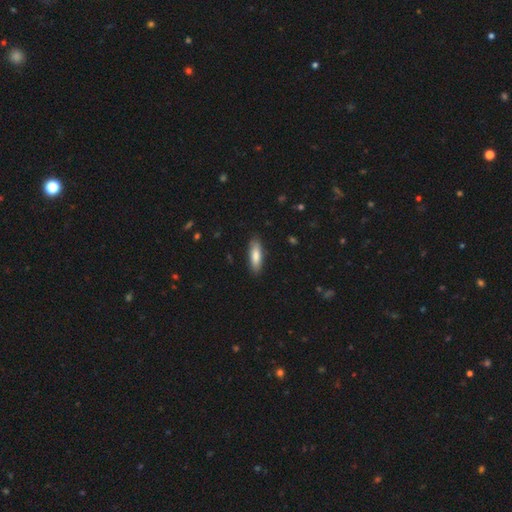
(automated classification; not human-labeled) A smooth galaxy with no disk features (81%) that is cigar-shaped (50%).

Vote fractions:
- Smooth or featured? smooth: 81% / featured or disk: 14% / star or artifact: 5%
- How rounded? cigar-shaped: 50% / in between: 48% / round: 2%
- Merging? none: 87% / minor disturbance: 10% / major disturbance: 2% / merger: 1%